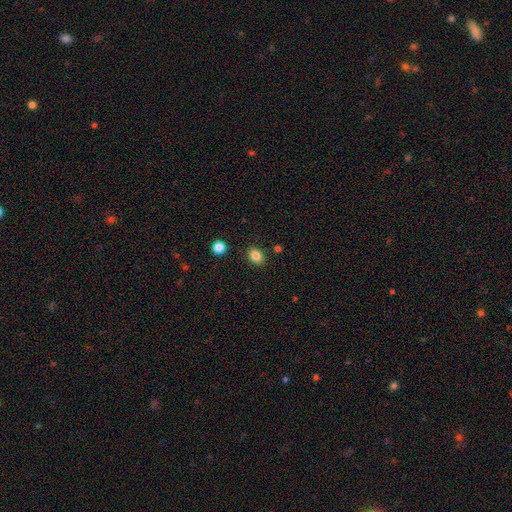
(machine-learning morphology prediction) A smooth galaxy with no disk features (84%) that is in between round and cigar-shaped (59%).

Vote fractions:
- Smooth or featured? smooth: 84% / star or artifact: 11% / featured or disk: 5%
- How rounded? in between: 59% / round: 40% / cigar-shaped: 1%
- Merging? none: 86% / minor disturbance: 9% / merger: 2% / major disturbance: 2%